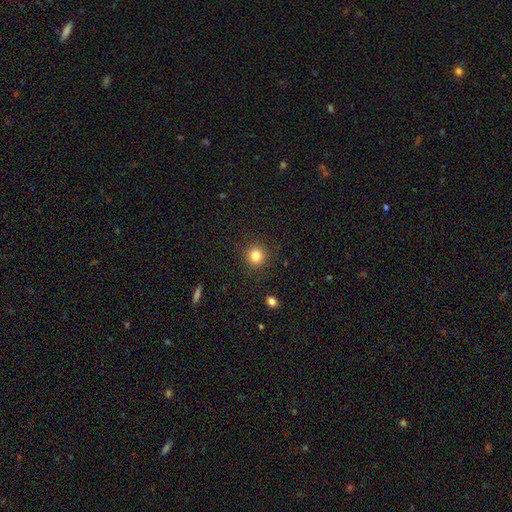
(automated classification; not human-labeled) A smooth galaxy with no disk features (83%) that is round (92%). Merging: none (90%).